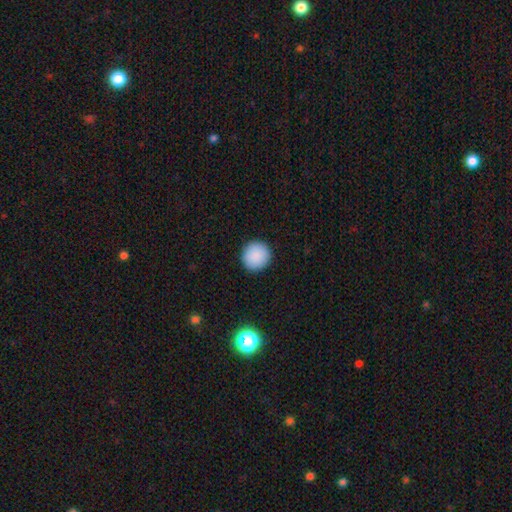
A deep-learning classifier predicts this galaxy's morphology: Q: Smooth or featured?
A: smooth (89%); runner-up: star or artifact (8%)
Q: How rounded?
A: round (94%); runner-up: in between (5%)
Q: Merging?
A: none (92%); runner-up: minor disturbance (5%)